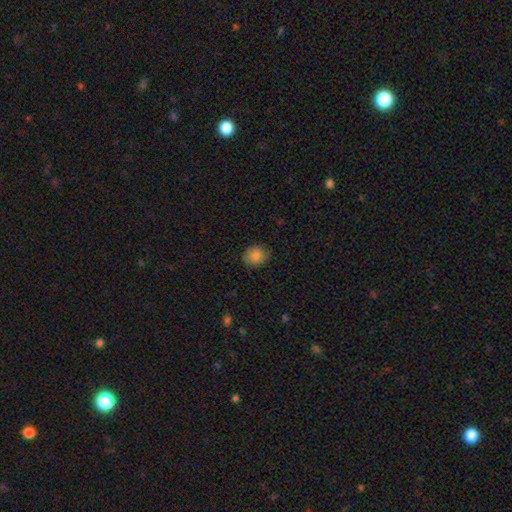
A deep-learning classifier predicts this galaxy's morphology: This is clearly a smooth galaxy (83%). How rounded: likely round (66%). Merging: clearly none (85%).